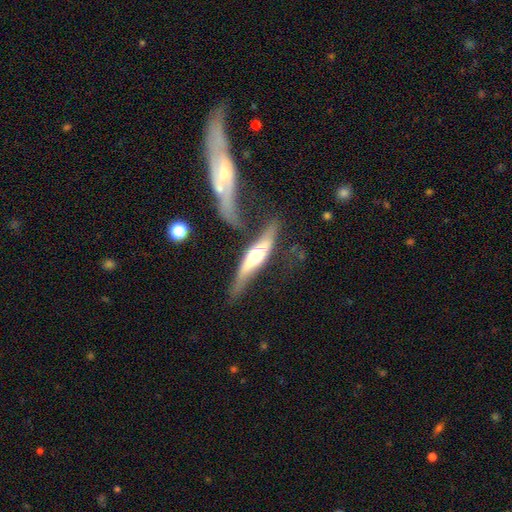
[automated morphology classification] Overall: featured or disk (67%; smooth 28%). Edge-on disk: yes (84%). Edge-on bulge: rounded (86%). Merging: none (53%; minor disturbance 21%).